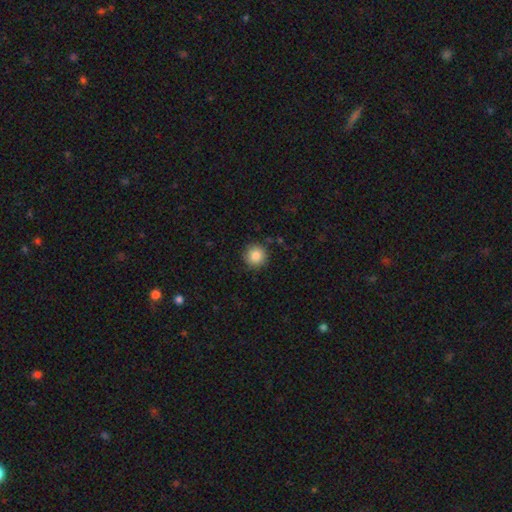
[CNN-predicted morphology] A smooth galaxy with no disk features (85%) that is round (96%).

Vote fractions:
- Smooth or featured? smooth: 85% / star or artifact: 10% / featured or disk: 5%
- How rounded? round: 96% / in between: 4% / cigar-shaped: 1%
- Merging? none: 90% / minor disturbance: 7% / major disturbance: 2% / merger: 1%